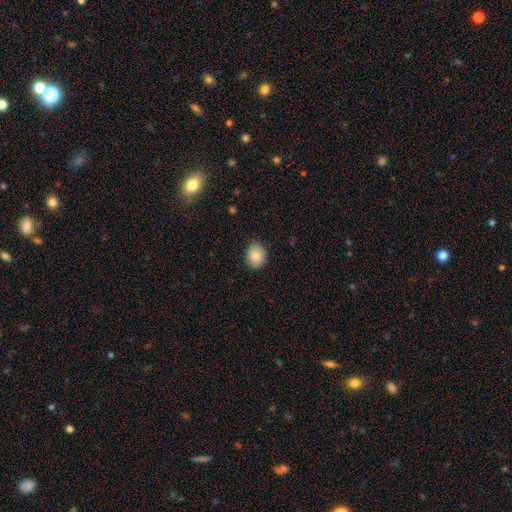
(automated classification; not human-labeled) Smooth or featured: smooth — 86% (star or artifact — 7%)
How rounded: in between — 62% (round — 37%)
Merging: none — 86% (minor disturbance — 11%)